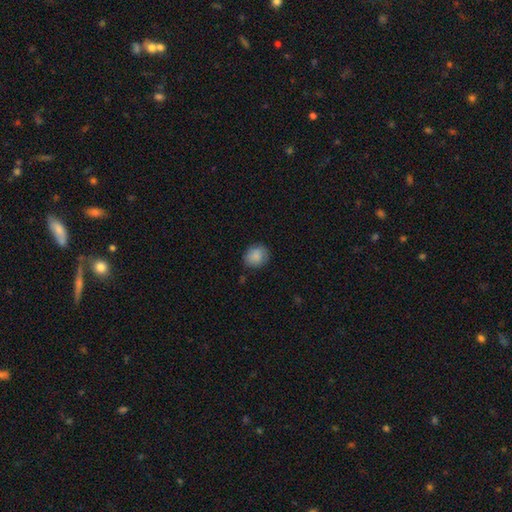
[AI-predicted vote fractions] Smooth or featured?
  - smooth: 87% *
  - star or artifact: 8%
  - featured or disk: 5%
How rounded?
  - round: 71% *
  - in between: 28%
  - cigar-shaped: 1%
Merging?
  - none: 81% *
  - minor disturbance: 14%
  - major disturbance: 3%
  - merger: 1%